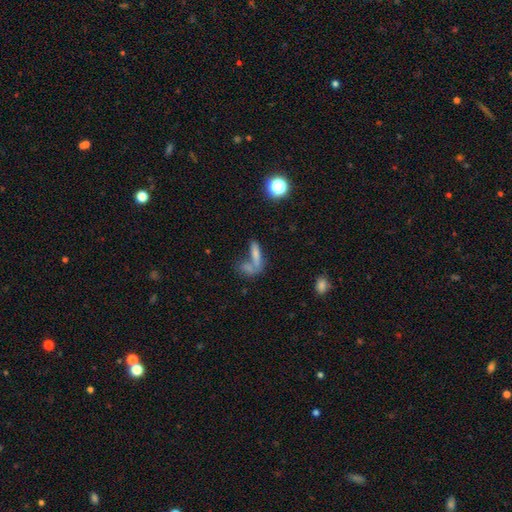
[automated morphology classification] The model was most divided on "merging": merger: 47%, none: 36%, minor disturbance: 9%, major disturbance: 7%. More confident: smooth or featured — smooth (66%); how rounded — cigar-shaped (61%).